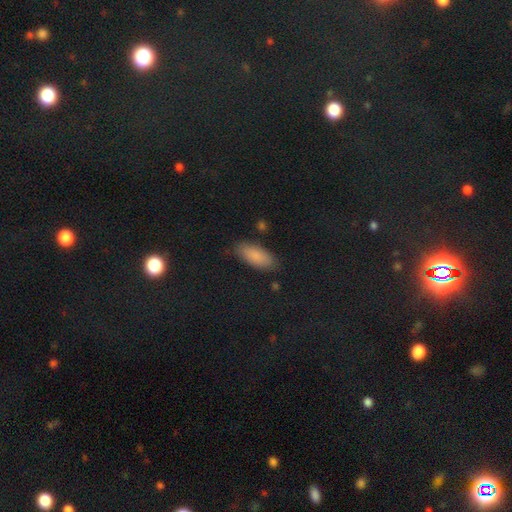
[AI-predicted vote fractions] Morphology: type=smooth (84%); roundness=in between (86%); merging=none (80%).